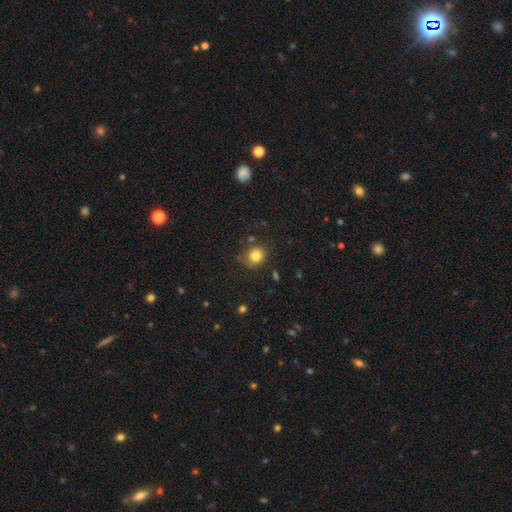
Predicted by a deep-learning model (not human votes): This appears to be a smooth galaxy with no disk features (82%) that is round (81%). Merging: none (76%).